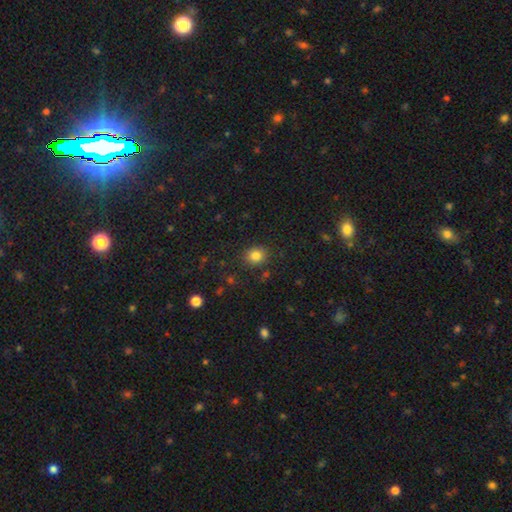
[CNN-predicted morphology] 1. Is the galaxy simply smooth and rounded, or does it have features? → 82% smooth, 12% star or artifact, 6% featured or disk.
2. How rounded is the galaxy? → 71% round, 28% in between, 1% cigar-shaped.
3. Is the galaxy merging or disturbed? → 86% none, 9% minor disturbance, 3% major disturbance, 2% merger.